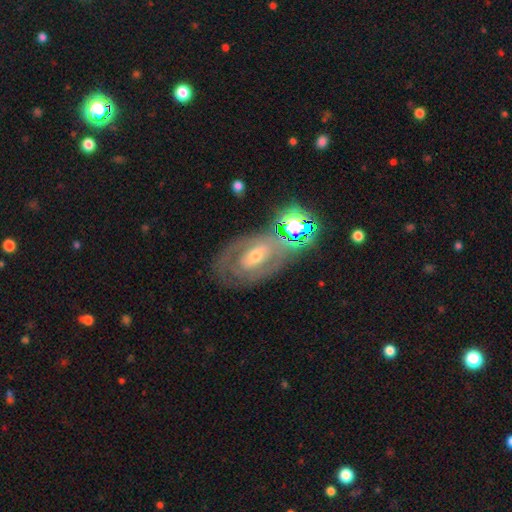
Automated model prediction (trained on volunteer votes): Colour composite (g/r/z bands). It shows a featured or disk galaxy (67%) with no bar (47%), spiral arms (58%) and a moderate central bulge (50%). Merging: none (63%).